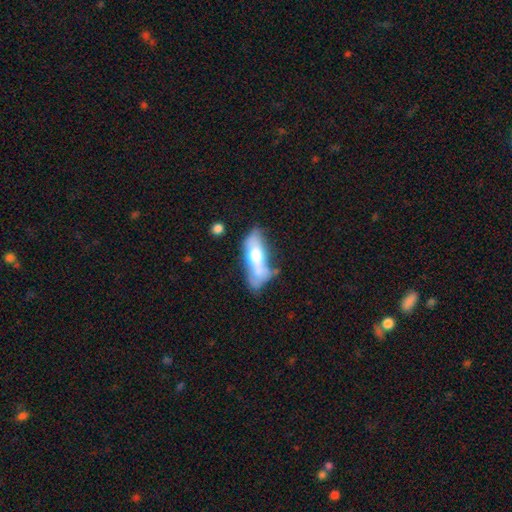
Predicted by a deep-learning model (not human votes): Overall: smooth (47%, tied with featured or disk). Merging: merger (32%; none 29%).